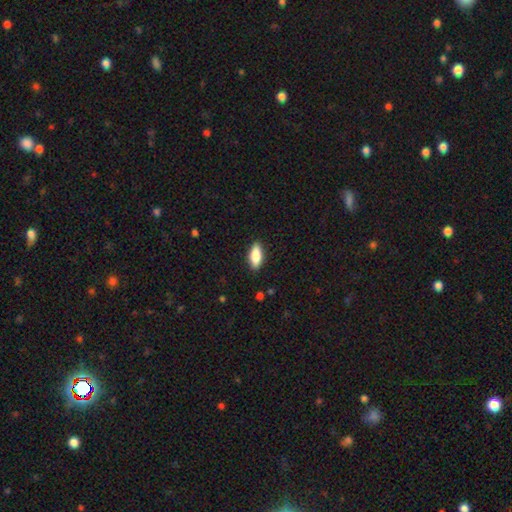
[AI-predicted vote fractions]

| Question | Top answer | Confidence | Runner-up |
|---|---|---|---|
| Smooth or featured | smooth | 80% | featured or disk (14%) |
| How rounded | in between | 80% | cigar-shaped (18%) |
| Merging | none | 89% | minor disturbance (9%) |